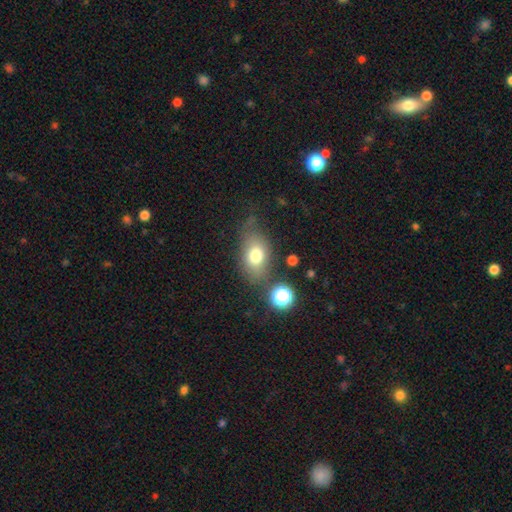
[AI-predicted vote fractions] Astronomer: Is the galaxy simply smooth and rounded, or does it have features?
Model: smooth — 74%.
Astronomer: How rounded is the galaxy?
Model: in between — 76%.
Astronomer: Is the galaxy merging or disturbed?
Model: none — 60%.